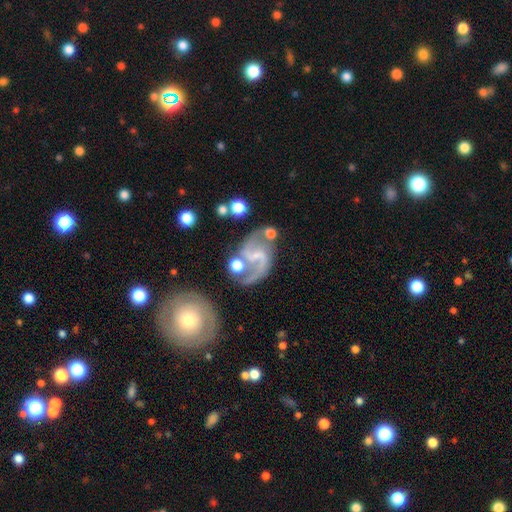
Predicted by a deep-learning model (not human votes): Q: Smooth or featured?
A: featured or disk (89%); runner-up: star or artifact (5%)
Q: Edge-on disk?
A: no (98%); runner-up: yes (2%)
Q: Bar?
A: weak (52%); runner-up: no (26%)
Q: Spiral arms?
A: yes (97%); runner-up: no (3%)
Q: Spiral winding?
A: medium (48%); runner-up: loose (44%)
Q: Spiral arm count?
A: 2 (93%); runner-up: can't tell (2%)
Q: Bulge size?
A: small (61%); runner-up: none (21%)
Q: Merging?
A: none (59%); runner-up: minor disturbance (19%)